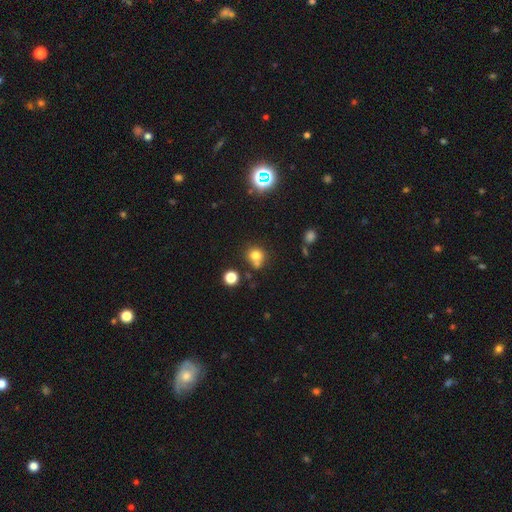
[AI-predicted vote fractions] Smooth or featured: smooth — 75% (star or artifact — 15%)
How rounded: round — 81% (in between — 18%)
Merging: none — 53% (merger — 30%)